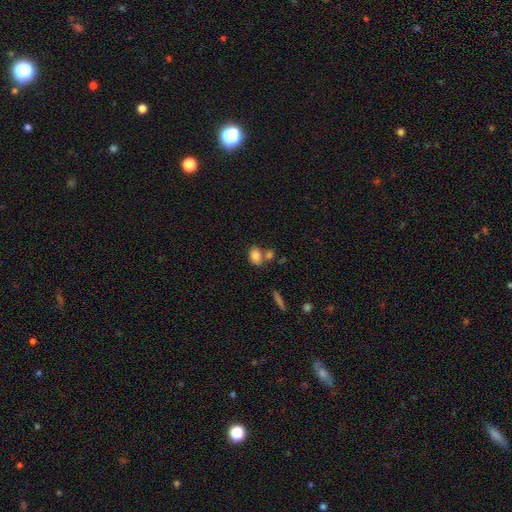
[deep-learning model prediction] The model was most divided on "merging": none: 54%, merger: 29%, minor disturbance: 13%, major disturbance: 4%. More confident: smooth or featured — smooth (83%); how rounded — in between (77%).